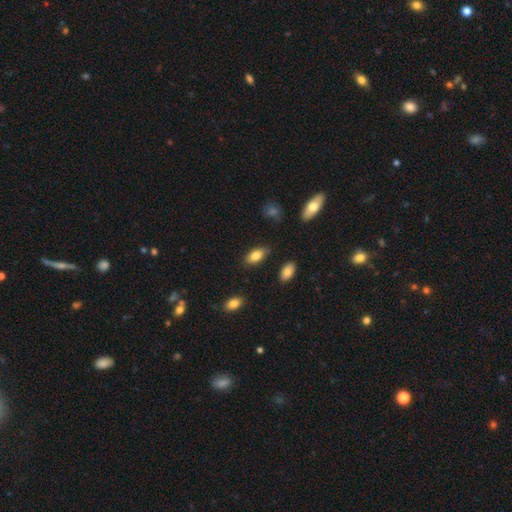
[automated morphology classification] The model was most divided on "merging": none: 78%, minor disturbance: 16%, major disturbance: 4%, merger: 2%. More confident: how rounded — in between (92%); smooth or featured — smooth (83%).